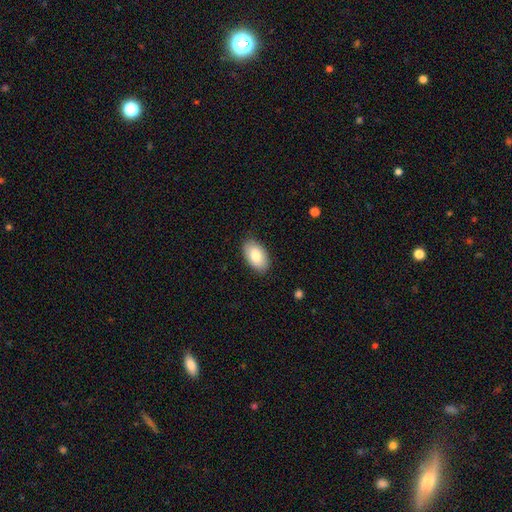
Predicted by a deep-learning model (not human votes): This is clearly a smooth galaxy (81%). How rounded: clearly in between (95%). Merging: clearly none (86%).